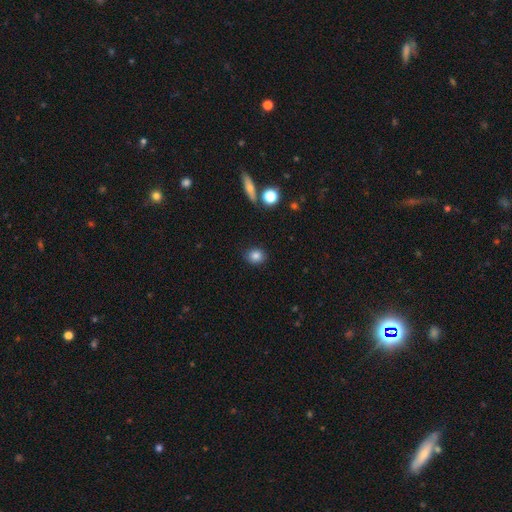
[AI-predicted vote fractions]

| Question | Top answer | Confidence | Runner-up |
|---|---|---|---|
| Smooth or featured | smooth | 84% | star or artifact (11%) |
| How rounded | round | 74% | in between (25%) |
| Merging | none | 87% | minor disturbance (9%) |